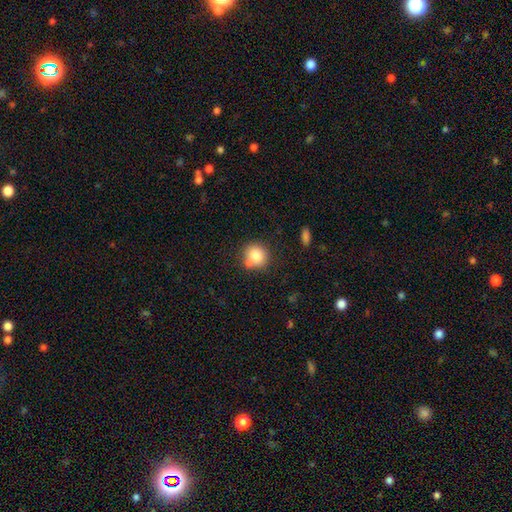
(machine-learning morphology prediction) Smooth or featured? smooth (81%)
How rounded? round (86%)
Merging? none (66%)